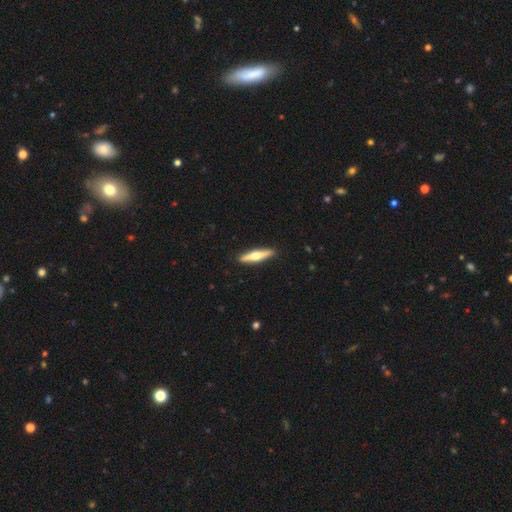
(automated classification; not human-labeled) smooth-or-featured: featured or disk: 54% | smooth: 41% | star or artifact: 5%
  disk-edge-on: yes: 96% | no: 4%
    edge-on-bulge: rounded: 92% | none: 4% | boxy: 4%
  merging: none: 91% | minor disturbance: 6% | major disturbance: 1% | merger: 1%